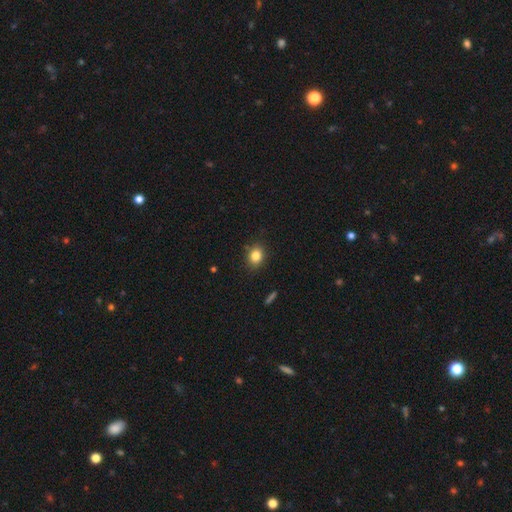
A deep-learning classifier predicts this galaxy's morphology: Q: Smooth or featured?
A: smooth (83%); runner-up: star or artifact (11%)
Q: How rounded?
A: round (52%); runner-up: in between (46%)
Q: Merging?
A: none (84%); runner-up: minor disturbance (12%)